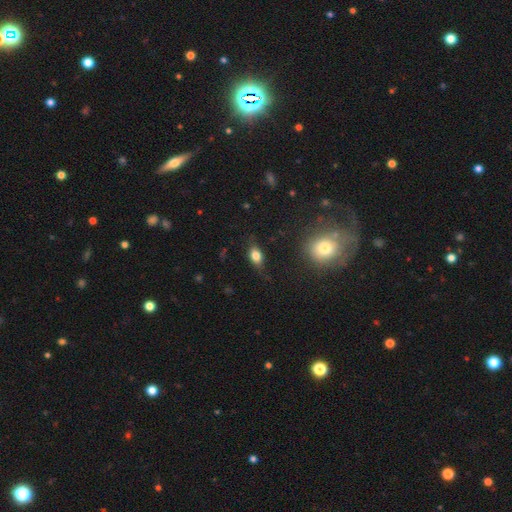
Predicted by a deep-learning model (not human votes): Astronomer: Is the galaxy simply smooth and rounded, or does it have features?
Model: smooth — 80%.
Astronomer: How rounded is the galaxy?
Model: in between — 82%.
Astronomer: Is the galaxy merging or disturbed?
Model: none — 77%.